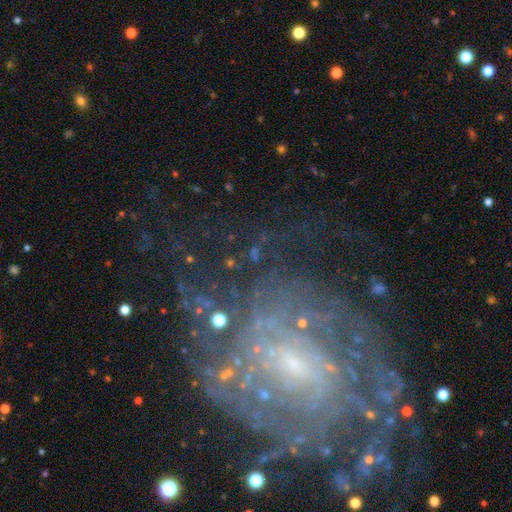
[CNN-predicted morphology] Q: Smooth or featured?
A: featured or disk (81%); runner-up: star or artifact (10%)
Q: Edge-on disk?
A: no (97%); runner-up: yes (3%)
Q: Bar?
A: no (45%); runner-up: weak (44%)
Q: Spiral arms?
A: yes (85%); runner-up: no (15%)
Q: Spiral winding?
A: tight (61%); runner-up: medium (28%)
Q: Spiral arm count?
A: can't tell (52%); runner-up: 2 (12%)
Q: Bulge size?
A: small (67%); runner-up: moderate (19%)
Q: Merging?
A: none (64%); runner-up: minor disturbance (18%)